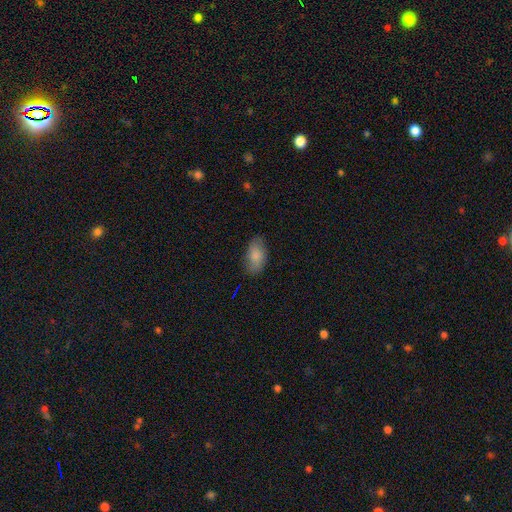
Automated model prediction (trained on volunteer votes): Q: Smooth or featured?
A: smooth (83%); runner-up: featured or disk (10%)
Q: How rounded?
A: in between (93%); runner-up: round (4%)
Q: Merging?
A: none (77%); runner-up: minor disturbance (18%)